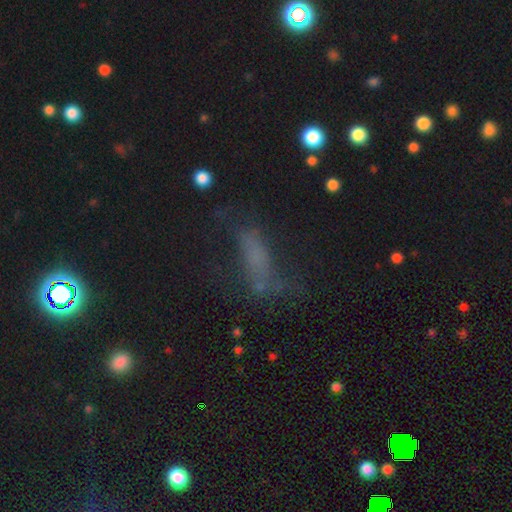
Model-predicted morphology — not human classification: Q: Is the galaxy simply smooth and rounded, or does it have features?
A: smooth — 47%.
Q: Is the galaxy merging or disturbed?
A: none — 45%.